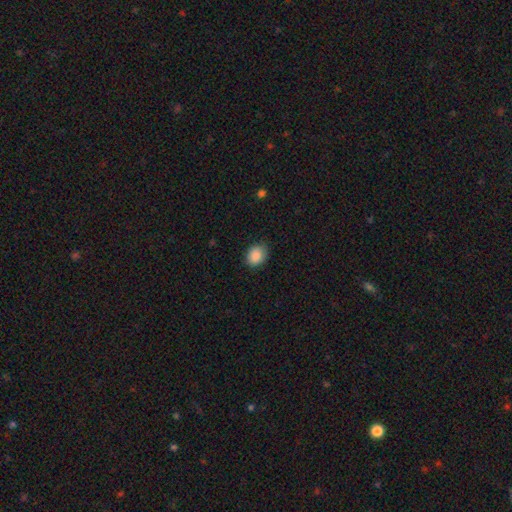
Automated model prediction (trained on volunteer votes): Overall: smooth (88%). How rounded: in between (54%; round 45%). Merging: none (83%).